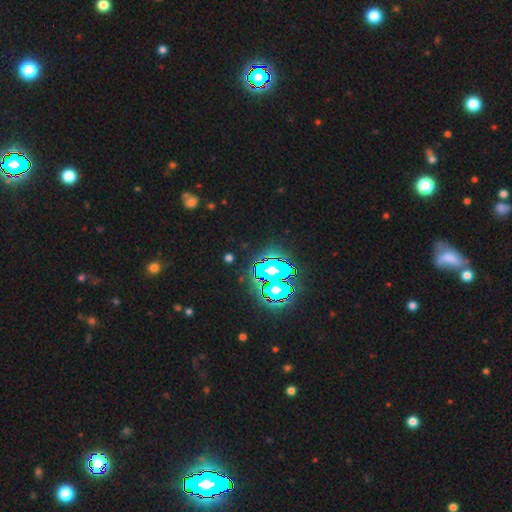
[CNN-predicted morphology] Smooth or featured? Predicted: star or artifact (p=0.83).